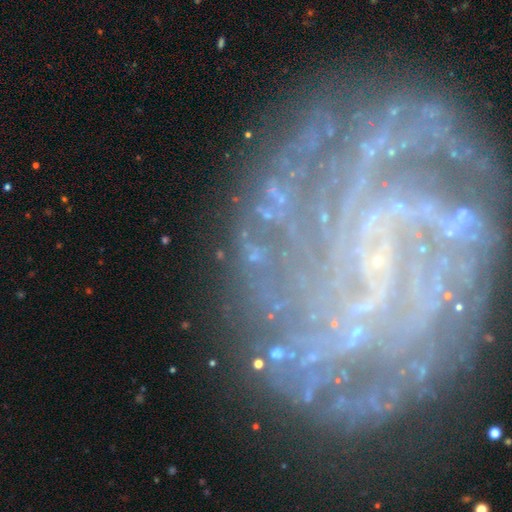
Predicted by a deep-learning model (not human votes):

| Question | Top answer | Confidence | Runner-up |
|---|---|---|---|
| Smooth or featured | star or artifact | 43% | featured or disk (39%) |